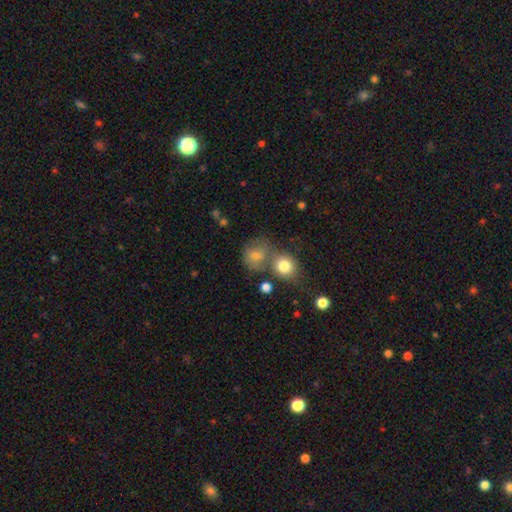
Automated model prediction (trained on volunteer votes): Smooth or featured?
  - smooth: 71% *
  - featured or disk: 15%
  - star or artifact: 14%
How rounded?
  - round: 76% *
  - in between: 23%
  - cigar-shaped: 1%
Merging?
  - none: 49% *
  - merger: 33%
  - minor disturbance: 13%
  - major disturbance: 6%